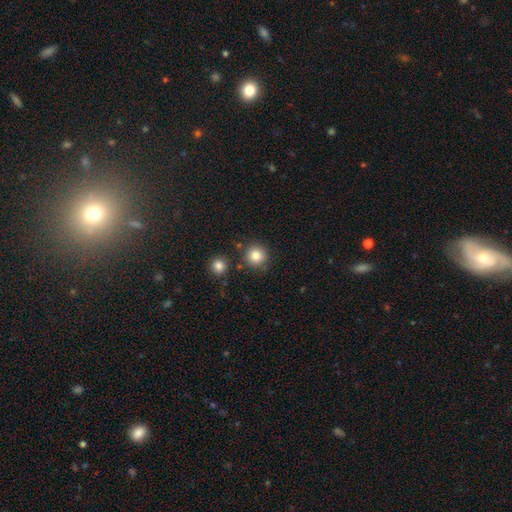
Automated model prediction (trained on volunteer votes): Smooth or featured? smooth (84%)
How rounded? round (94%)
Merging? none (84%)